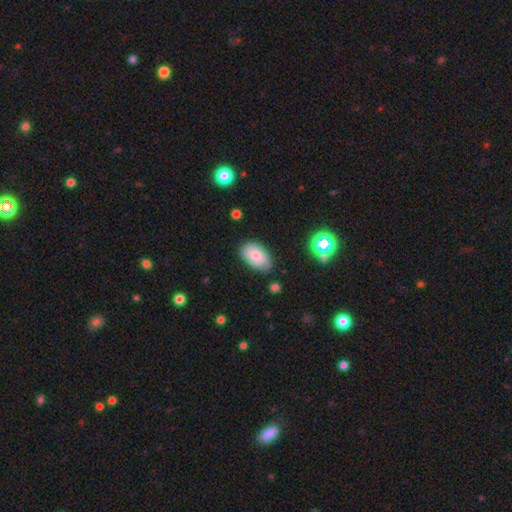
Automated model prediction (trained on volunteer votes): Smooth or featured? Predicted: smooth (p=0.77). How rounded? Predicted: in between (p=0.92). Merging? Predicted: none (p=0.68).